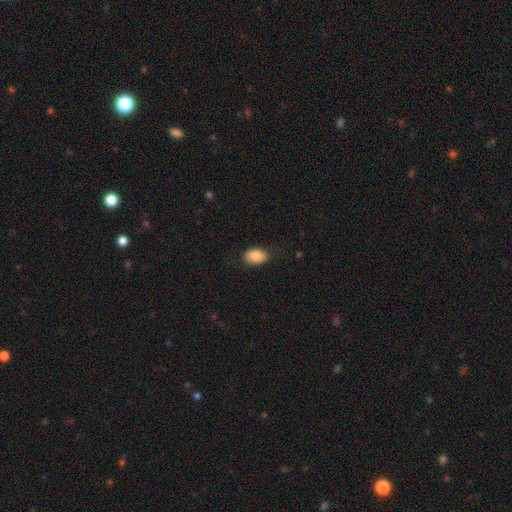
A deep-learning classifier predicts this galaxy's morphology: smooth 85%, featured or disk 8%, star or artifact 7%. Down the decision tree: how rounded — in between (86%); merging — none (80%).